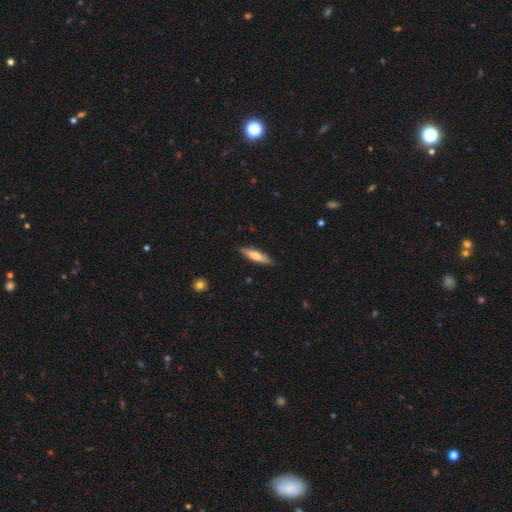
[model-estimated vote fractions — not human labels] Overall: smooth (59%; featured or disk 35%). How rounded: cigar-shaped (75%). Merging: none (88%).